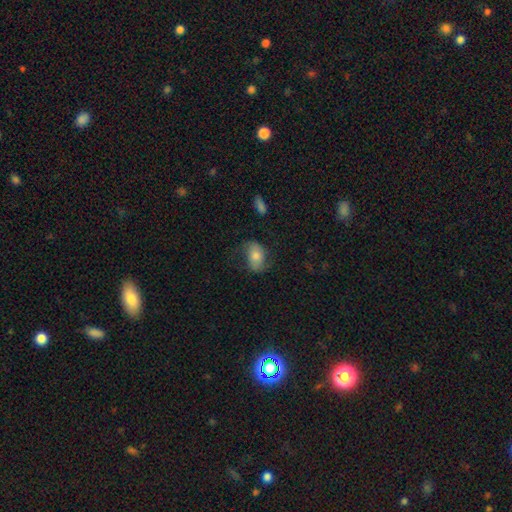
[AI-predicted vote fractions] smooth-or-featured: smooth: 61% | featured or disk: 31% | star or artifact: 8%
  how-rounded: in between: 84% | round: 14% | cigar-shaped: 2%
  merging: none: 62% | minor disturbance: 23% | major disturbance: 13% | merger: 2%